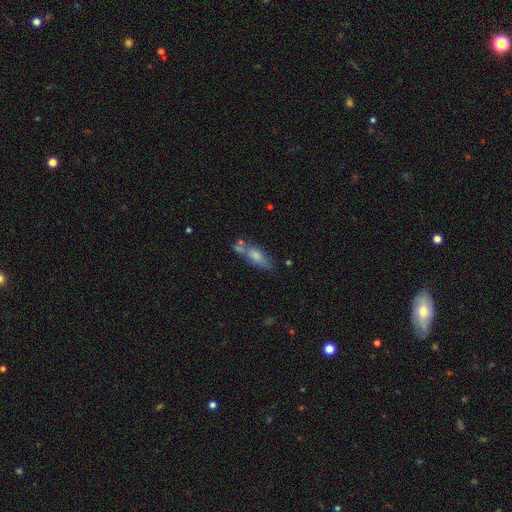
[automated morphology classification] This is likely a smooth galaxy (67%). How rounded: likely in between (63%). Merging: possibly none (50%).